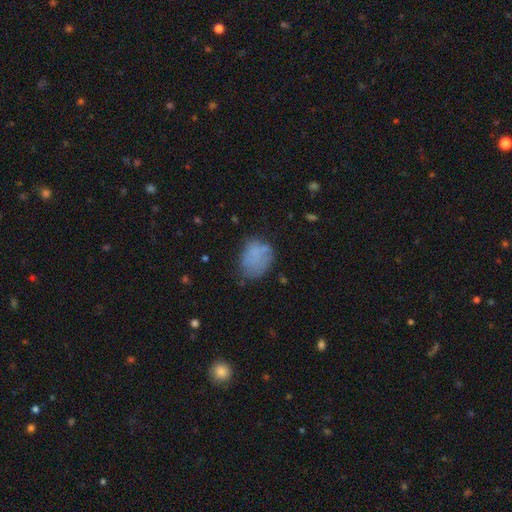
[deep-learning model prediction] smooth_or_featured: smooth (p=0.70) [alt: featured or disk p=0.19]
how_rounded: in between (p=0.64) [alt: round p=0.34]
merging: none (p=0.49) [alt: minor disturbance p=0.30]